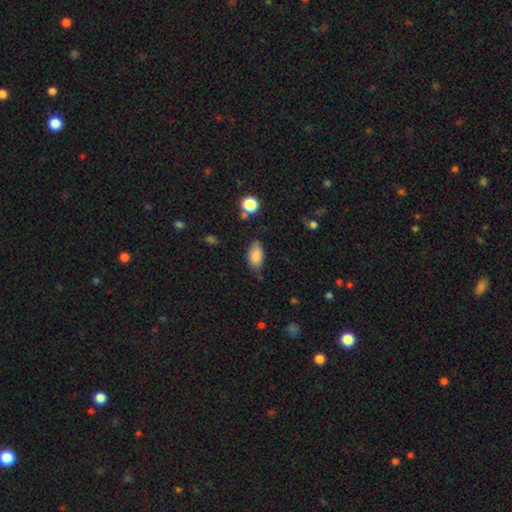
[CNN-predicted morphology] Overall: smooth (86%). How rounded: in between (92%). Merging: none (69%).